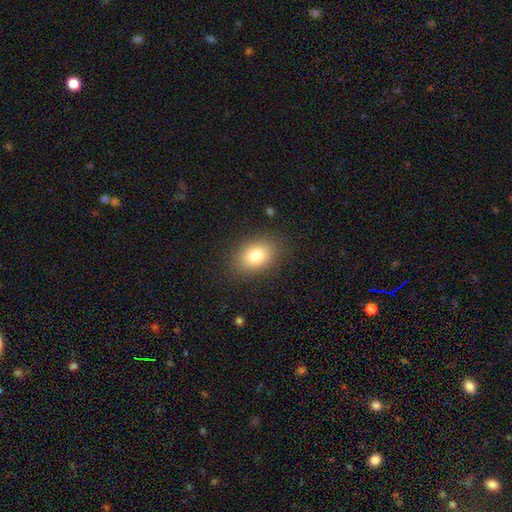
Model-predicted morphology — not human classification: Overall: smooth (80%). How rounded: in between (77%). Merging: none (85%).